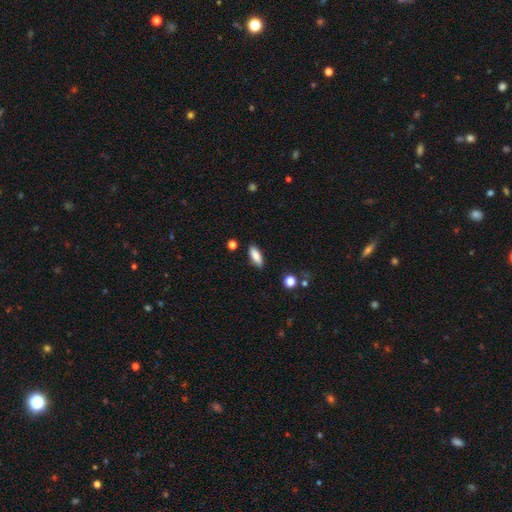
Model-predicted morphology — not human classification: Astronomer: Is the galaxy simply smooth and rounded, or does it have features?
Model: smooth — 84%.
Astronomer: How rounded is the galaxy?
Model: in between — 66%.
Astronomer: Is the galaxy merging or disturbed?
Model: none — 86%.